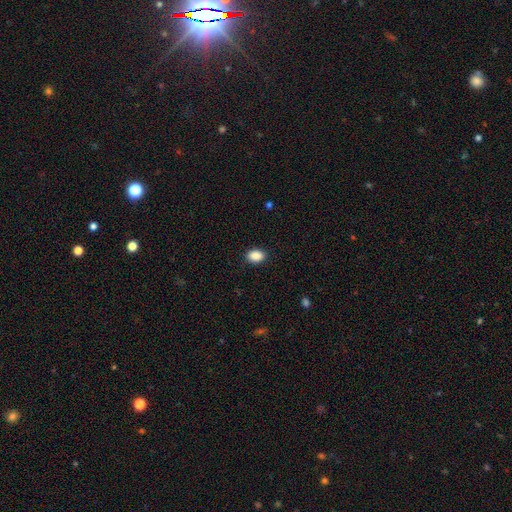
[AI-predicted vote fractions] Overall: smooth (89%). How rounded: in between (78%). Merging: none (89%).